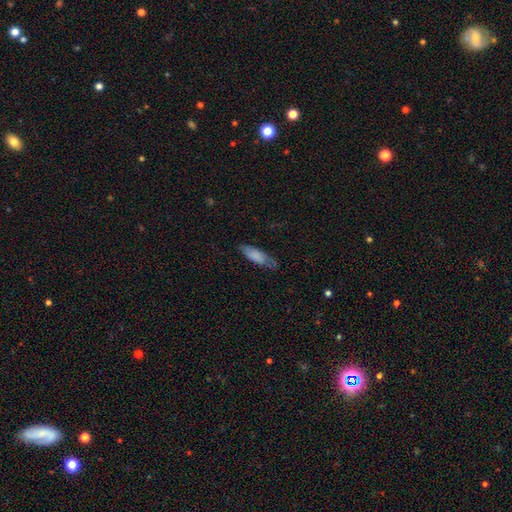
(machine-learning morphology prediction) Smooth or featured?
  - smooth: 76% *
  - featured or disk: 17%
  - star or artifact: 7%
How rounded?
  - in between: 58% *
  - cigar-shaped: 41%
  - round: 2%
Merging?
  - none: 63% *
  - minor disturbance: 28%
  - major disturbance: 7%
  - merger: 2%